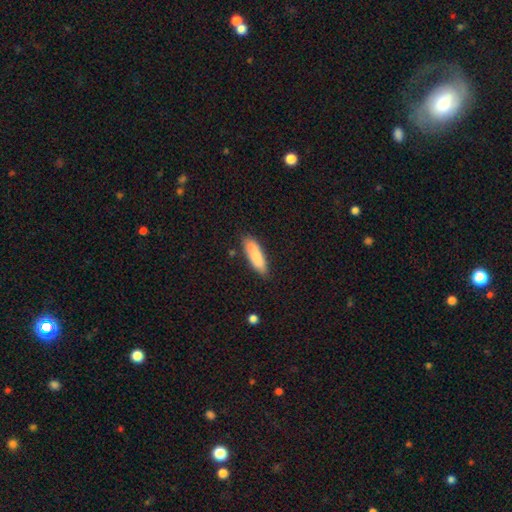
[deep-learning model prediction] smooth_or_featured: smooth (p=0.77) [alt: featured or disk p=0.17]
how_rounded: in between (p=0.51) [alt: cigar-shaped p=0.47]
merging: none (p=0.74) [alt: minor disturbance p=0.18]